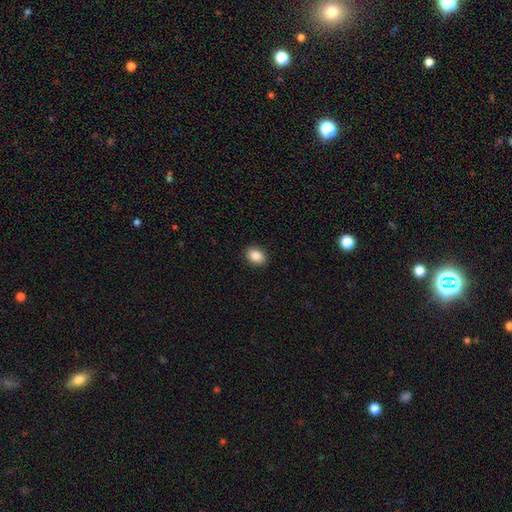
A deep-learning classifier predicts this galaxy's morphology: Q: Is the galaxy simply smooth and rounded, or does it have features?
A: smooth — 88%.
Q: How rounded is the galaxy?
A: in between — 74%.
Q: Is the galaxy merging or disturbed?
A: none — 91%.